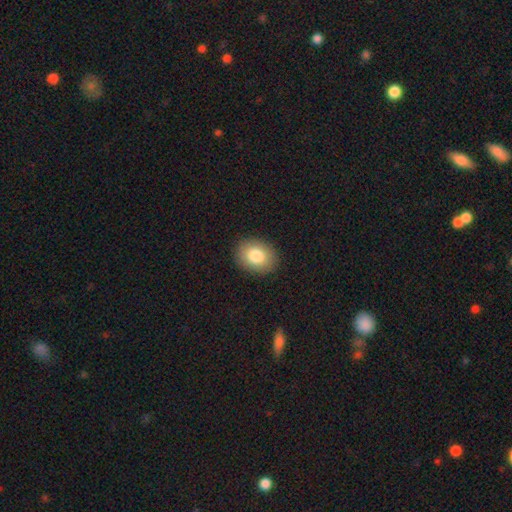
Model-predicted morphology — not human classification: Q: Smooth or featured?
A: smooth (83%); runner-up: featured or disk (9%)
Q: How rounded?
A: in between (58%); runner-up: round (41%)
Q: Merging?
A: none (90%); runner-up: minor disturbance (7%)